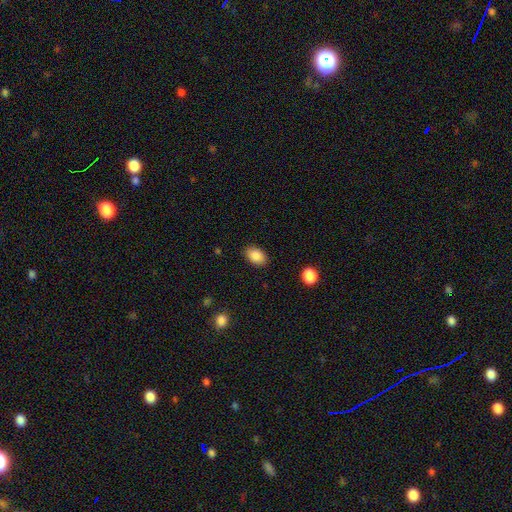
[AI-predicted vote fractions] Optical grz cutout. It shows a smooth galaxy with no disk features (87%) that is in between round and cigar-shaped (86%). Merging: none (87%).